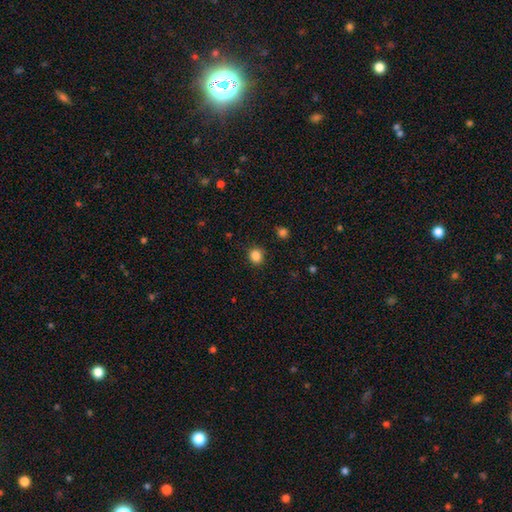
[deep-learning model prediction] Smooth or featured?
  - smooth: 86% *
  - star or artifact: 11%
  - featured or disk: 3%
How rounded?
  - round: 79% *
  - in between: 20%
  - cigar-shaped: 1%
Merging?
  - none: 87% *
  - minor disturbance: 9%
  - major disturbance: 3%
  - merger: 1%